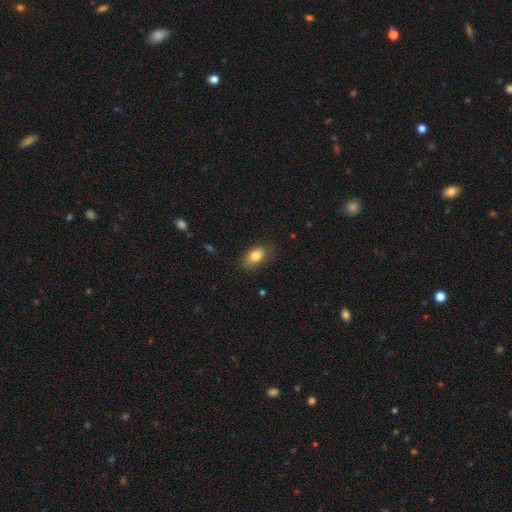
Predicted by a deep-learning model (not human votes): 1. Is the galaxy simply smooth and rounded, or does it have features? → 82% smooth, 10% featured or disk, 8% star or artifact.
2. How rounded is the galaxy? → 86% in between, 11% round, 3% cigar-shaped.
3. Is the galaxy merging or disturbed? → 79% none, 17% minor disturbance, 3% major disturbance, 1% merger.